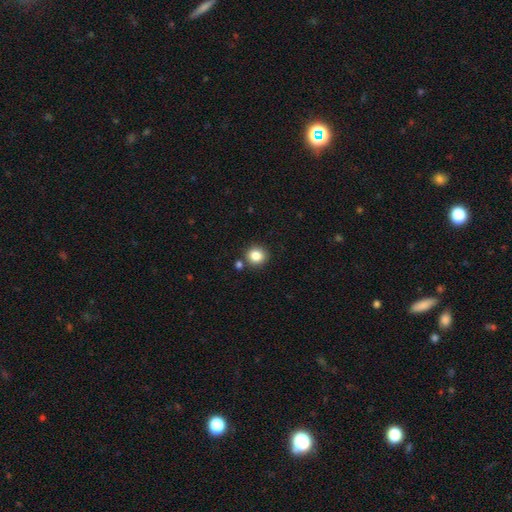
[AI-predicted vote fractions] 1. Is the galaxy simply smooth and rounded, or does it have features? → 85% smooth, 10% star or artifact, 5% featured or disk.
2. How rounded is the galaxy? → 86% round, 13% in between, 1% cigar-shaped.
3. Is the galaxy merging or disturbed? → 82% none, 8% minor disturbance, 7% merger, 2% major disturbance.